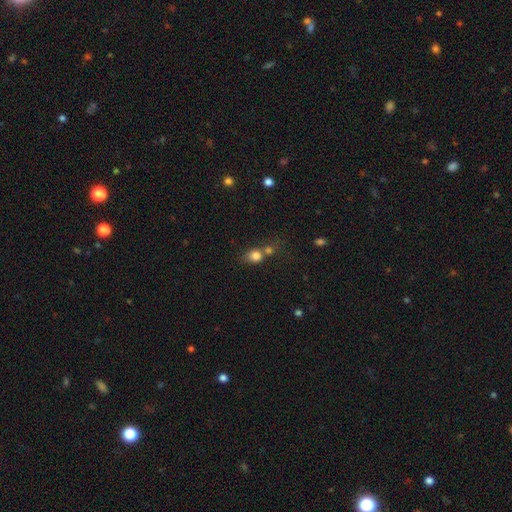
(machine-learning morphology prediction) Smooth or featured?
  - smooth: 79% *
  - star or artifact: 12%
  - featured or disk: 9%
How rounded?
  - round: 60% *
  - in between: 38%
  - cigar-shaped: 2%
Merging?
  - merger: 43% *
  - none: 36%
  - minor disturbance: 13%
  - major disturbance: 8%